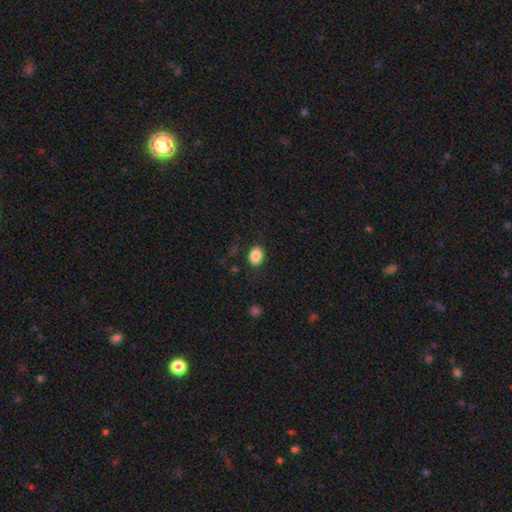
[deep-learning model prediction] Q: Smooth or featured?
A: smooth (86%); runner-up: star or artifact (9%)
Q: How rounded?
A: in between (72%); runner-up: round (27%)
Q: Merging?
A: none (84%); runner-up: minor disturbance (12%)